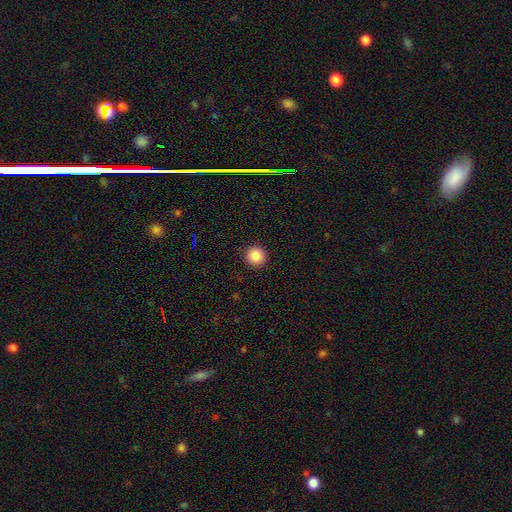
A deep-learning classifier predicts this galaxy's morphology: smooth_or_featured: smooth (p=0.87) [alt: star or artifact p=0.10]
how_rounded: round (p=0.96) [alt: in between p=0.04]
merging: none (p=0.93) [alt: minor disturbance p=0.05]